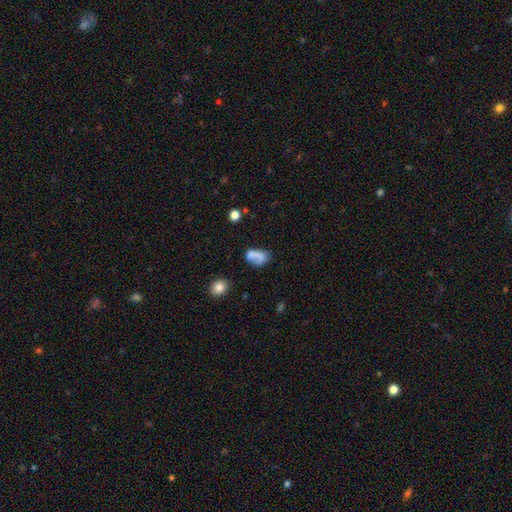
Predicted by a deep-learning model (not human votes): This appears to be a smooth galaxy with no disk features (67%) that is in between round and cigar-shaped (82%). Merging: none (43%).